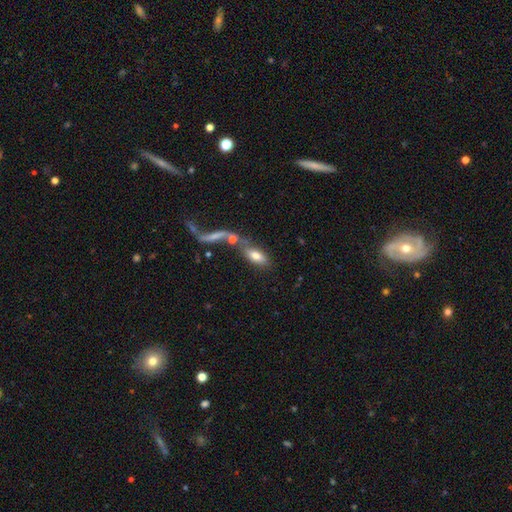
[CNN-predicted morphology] Smooth or featured? Predicted: smooth (p=0.70). How rounded? Predicted: in between (p=0.79). Merging? Predicted: merger (p=0.47).